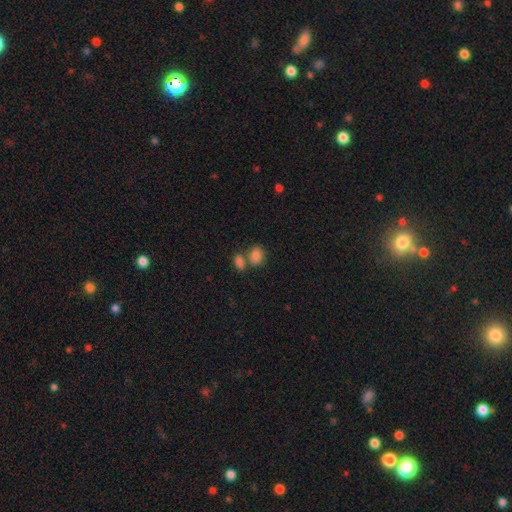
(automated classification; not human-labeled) This is clearly a smooth galaxy (84%). How rounded: likely in between (62%). Merging: marginally none (45%).